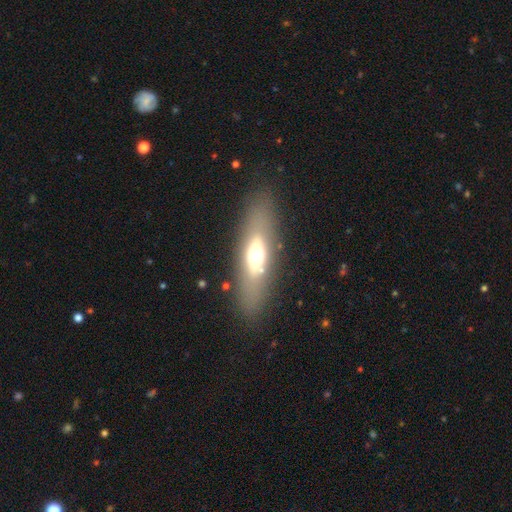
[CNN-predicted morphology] Smooth or featured?
  - smooth: 52% *
  - featured or disk: 37%
  - star or artifact: 11%
How rounded?
  - in between: 57% *
  - cigar-shaped: 39%
  - round: 5%
Merging?
  - none: 82% *
  - minor disturbance: 10%
  - major disturbance: 6%
  - merger: 2%